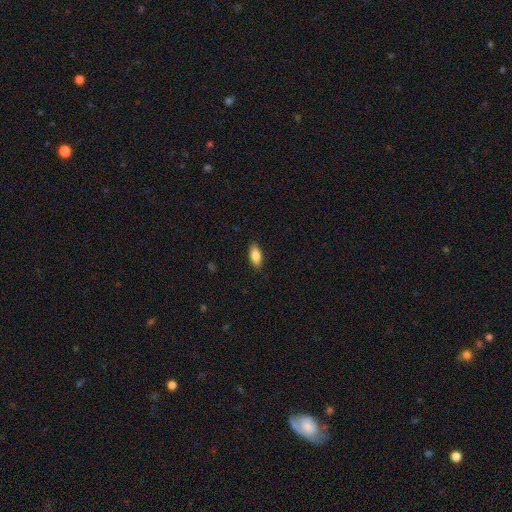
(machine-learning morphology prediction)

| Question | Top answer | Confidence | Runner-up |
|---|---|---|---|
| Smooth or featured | smooth | 86% | featured or disk (7%) |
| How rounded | in between | 87% | cigar-shaped (11%) |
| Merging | none | 88% | minor disturbance (9%) |